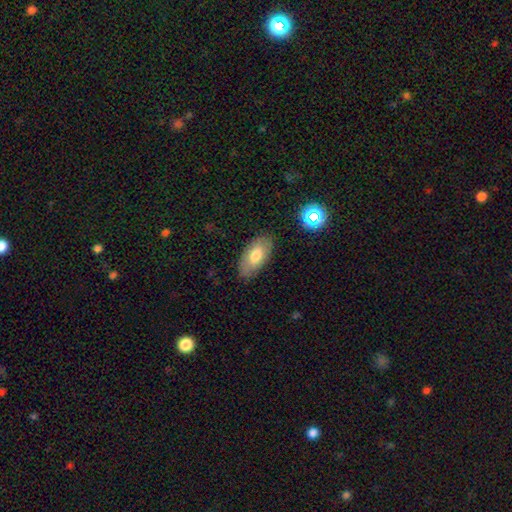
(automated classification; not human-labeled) Q: Smooth or featured?
A: smooth (73%); runner-up: featured or disk (20%)
Q: How rounded?
A: in between (92%); runner-up: cigar-shaped (5%)
Q: Merging?
A: none (83%); runner-up: minor disturbance (13%)